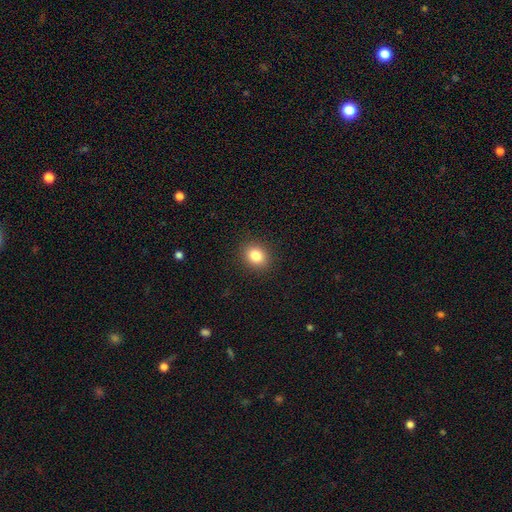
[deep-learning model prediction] Smooth or featured? Predicted: smooth (p=0.84). How rounded? Predicted: round (p=0.52). Merging? Predicted: none (p=0.90).